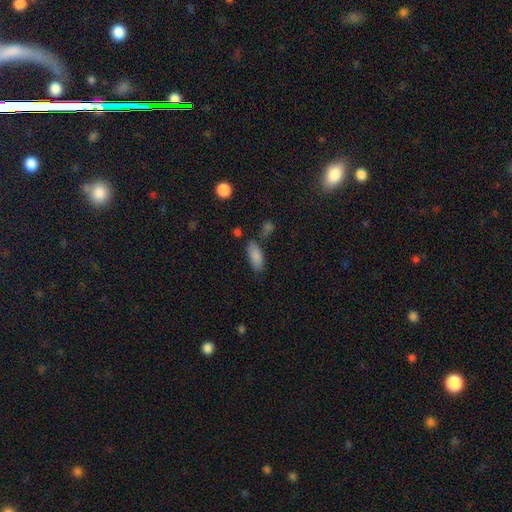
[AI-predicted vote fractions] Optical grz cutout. It shows a smooth galaxy with no disk features (86%) that is in between round and cigar-shaped (81%). Merging: none (70%).